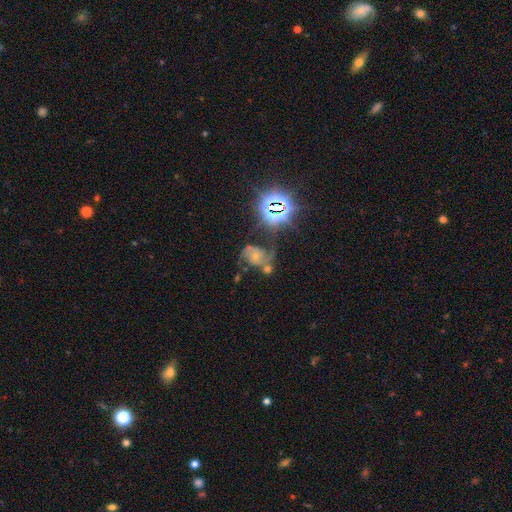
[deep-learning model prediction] Smooth or featured? Predicted: featured or disk (p=0.57). Edge-on disk? Predicted: no (p=0.97). Bar? Predicted: no (p=0.72). Spiral arms? Predicted: yes (p=0.87). Bulge size? Predicted: small (p=0.57). Merging? Predicted: none (p=0.39).